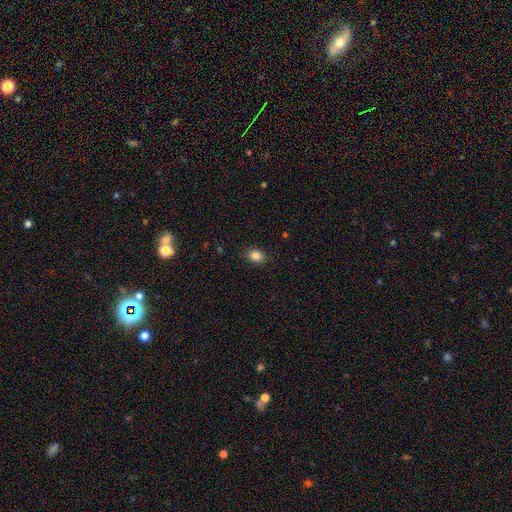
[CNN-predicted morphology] Smooth or featured: smooth — 85% (star or artifact — 10%)
How rounded: in between — 61% (round — 38%)
Merging: none — 89% (minor disturbance — 8%)